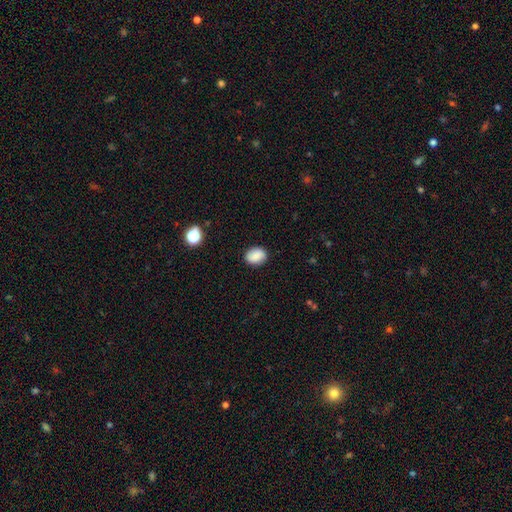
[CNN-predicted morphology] This is clearly a smooth galaxy (85%). How rounded: possibly in between (57%). Merging: clearly none (87%).